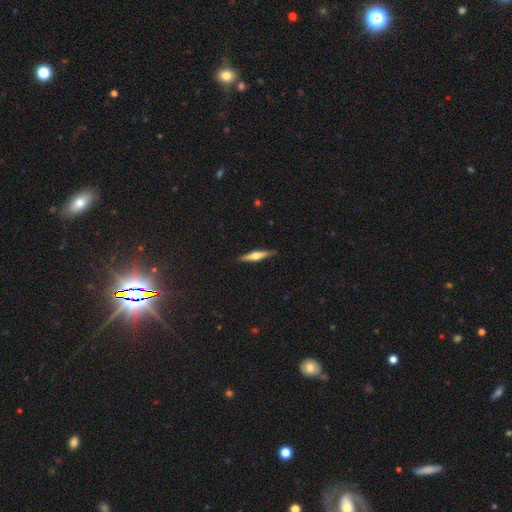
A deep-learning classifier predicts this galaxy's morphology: smooth-or-featured: featured or disk: 63% | smooth: 31% | star or artifact: 6%
  disk-edge-on: yes: 97% | no: 3%
    edge-on-bulge: rounded: 89% | boxy: 6% | none: 4%
  merging: none: 90% | minor disturbance: 8% | major disturbance: 2% | merger: 1%